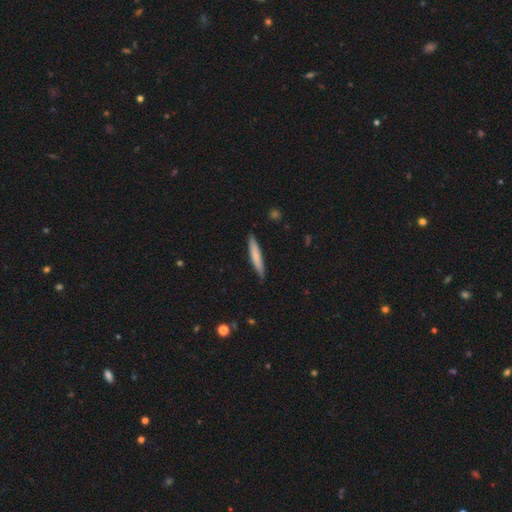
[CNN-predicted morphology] Smooth or featured?
  - smooth: 72% *
  - featured or disk: 23%
  - star or artifact: 6%
How rounded?
  - cigar-shaped: 94% *
  - in between: 5%
  - round: 1%
Merging?
  - none: 88% *
  - minor disturbance: 10%
  - major disturbance: 2%
  - merger: 1%